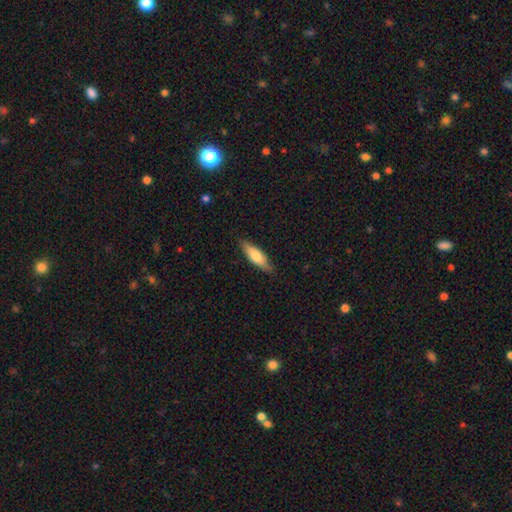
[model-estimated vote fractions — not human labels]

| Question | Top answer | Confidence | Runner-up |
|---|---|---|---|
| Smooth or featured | smooth | 69% | featured or disk (26%) |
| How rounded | cigar-shaped | 49% | tied: in between (49%) |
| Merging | none | 84% | minor disturbance (13%) |